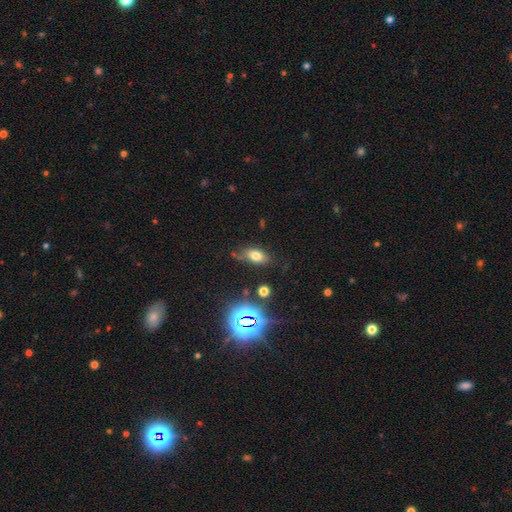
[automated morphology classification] A smooth galaxy with no disk features (70%) that is in between round and cigar-shaped (85%). Merging: none (69%).